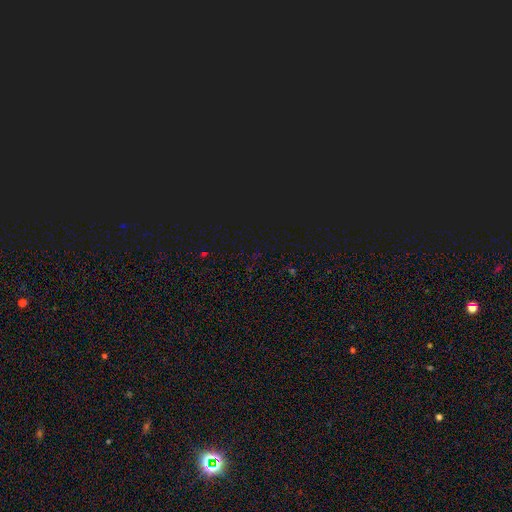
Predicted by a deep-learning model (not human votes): Smooth or featured? Predicted: star or artifact (p=0.76).